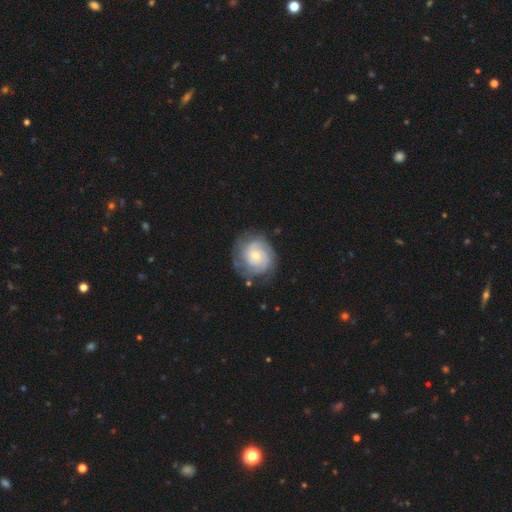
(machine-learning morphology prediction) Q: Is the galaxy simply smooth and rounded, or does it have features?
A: featured or disk — 73%.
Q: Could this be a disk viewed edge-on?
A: no — 98%.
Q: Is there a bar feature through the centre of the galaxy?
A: no — 76%.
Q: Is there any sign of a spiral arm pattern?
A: yes — 92%.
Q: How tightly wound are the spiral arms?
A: tight — 66%.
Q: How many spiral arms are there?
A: can't tell — 38%.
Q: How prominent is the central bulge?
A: small — 53%.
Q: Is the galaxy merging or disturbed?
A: none — 75%.